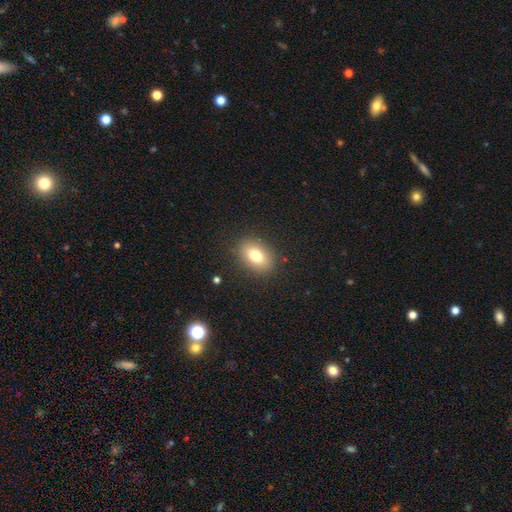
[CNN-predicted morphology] Q: Smooth or featured?
A: smooth (78%); runner-up: featured or disk (12%)
Q: How rounded?
A: in between (81%); runner-up: round (18%)
Q: Merging?
A: none (87%); runner-up: minor disturbance (9%)